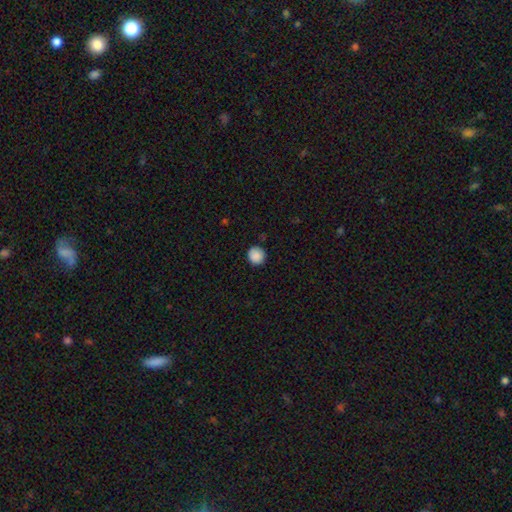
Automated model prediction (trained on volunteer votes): This appears to be a smooth galaxy with no disk features (88%) that is round (92%). Merging: none (88%).